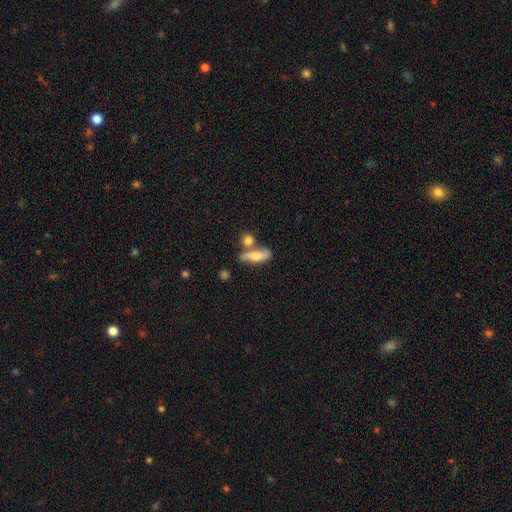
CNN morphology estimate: smooth-or-featured: smooth: 61% | featured or disk: 31% | star or artifact: 8%
  how-rounded: in between: 55% | cigar-shaped: 39% | round: 6%
  merging: none: 48% | merger: 28% | minor disturbance: 17% | major disturbance: 8%